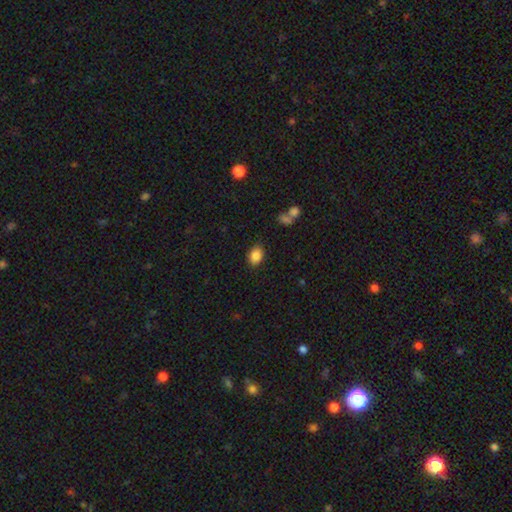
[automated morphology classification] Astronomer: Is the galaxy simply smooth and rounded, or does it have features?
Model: smooth — 86%.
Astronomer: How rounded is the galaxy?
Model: in between — 75%.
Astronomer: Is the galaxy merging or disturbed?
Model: none — 85%.